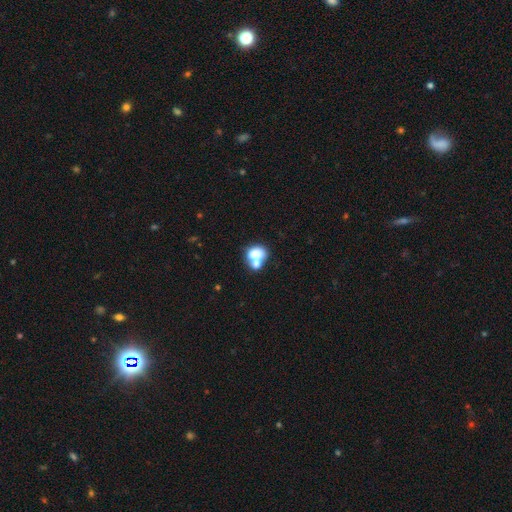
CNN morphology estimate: This is likely a smooth galaxy (70%). How rounded: possibly in between (58%). Merging: possibly merger (58%).